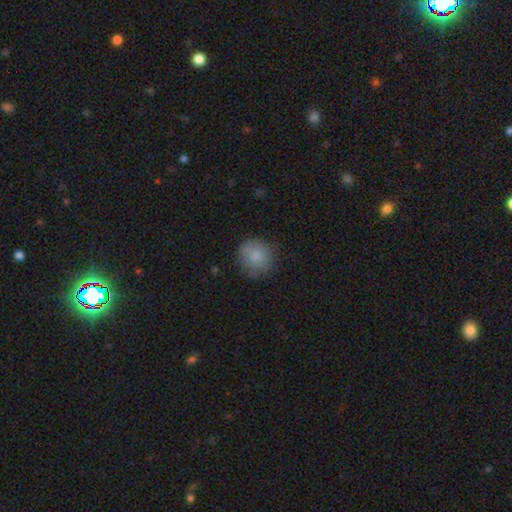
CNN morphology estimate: smooth 82%, featured or disk 9%, star or artifact 8%. Down the decision tree: how rounded — round (89%); merging — none (75%).